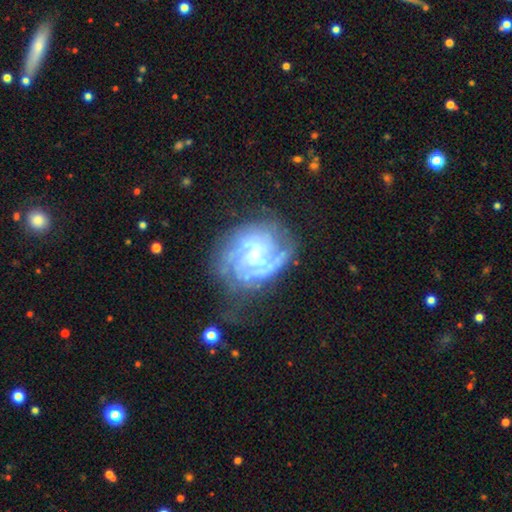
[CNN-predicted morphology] Smooth or featured? featured or disk (82%)
Edge-on disk? no (98%)
Bar? no (57%)
Spiral arms? yes (91%)
Spiral winding? tight (56%)
Spiral arm count? can't tell (37%)
Bulge size? small (65%)
Merging? none (56%)